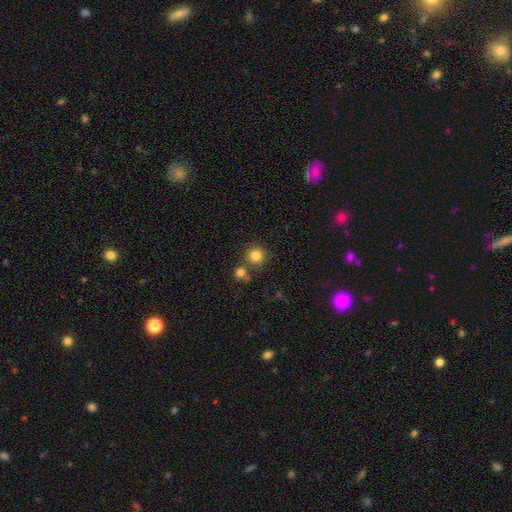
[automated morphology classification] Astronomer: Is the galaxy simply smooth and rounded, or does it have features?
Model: smooth — 82%.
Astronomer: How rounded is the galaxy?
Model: round — 93%.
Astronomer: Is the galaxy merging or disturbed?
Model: none — 73%.